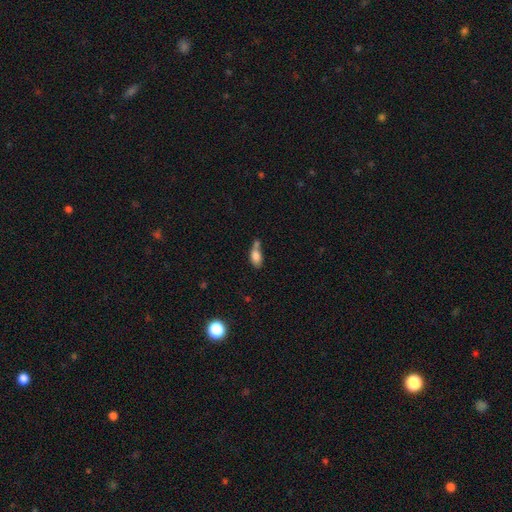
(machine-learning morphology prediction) Smooth or featured? smooth (81%)
How rounded? in between (87%)
Merging? merger (42%)